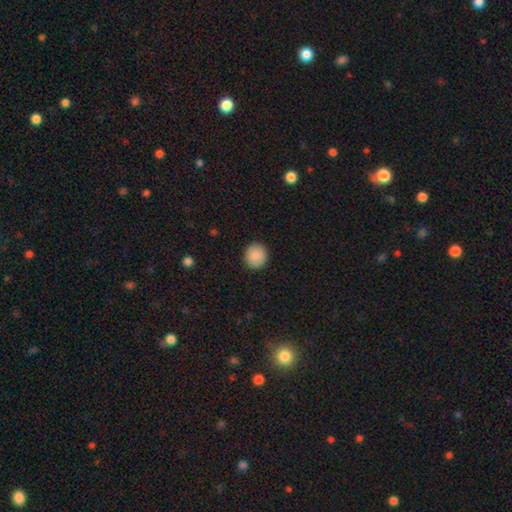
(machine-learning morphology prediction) type=smooth (89%); roundness=round (86%); merging=none (91%).